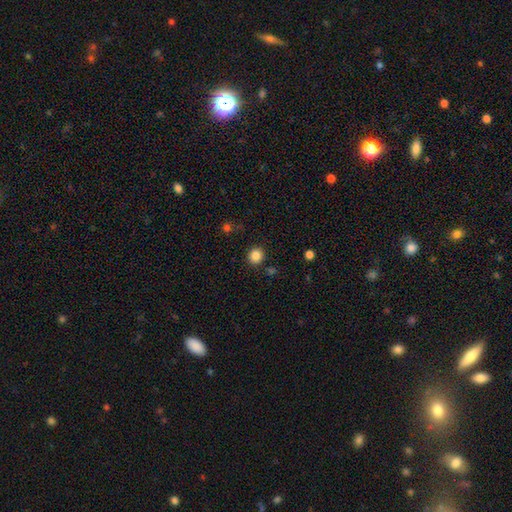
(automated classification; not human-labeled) smooth 85%, star or artifact 11%, featured or disk 4%. Down the decision tree: how rounded — round (89%); merging — none (89%).